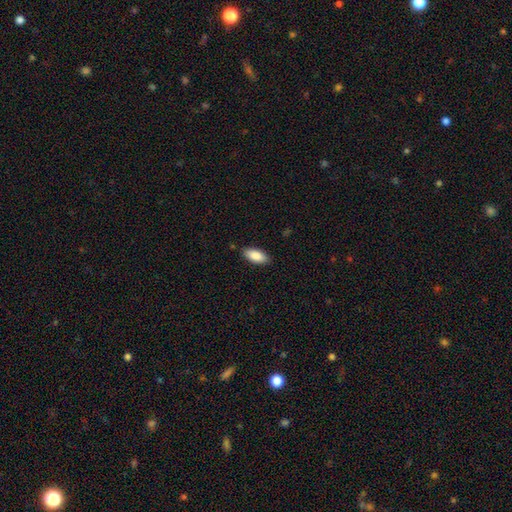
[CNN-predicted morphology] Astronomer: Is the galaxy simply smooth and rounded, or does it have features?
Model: smooth — 87%.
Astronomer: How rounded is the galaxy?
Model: in between — 87%.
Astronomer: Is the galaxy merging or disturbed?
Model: none — 87%.